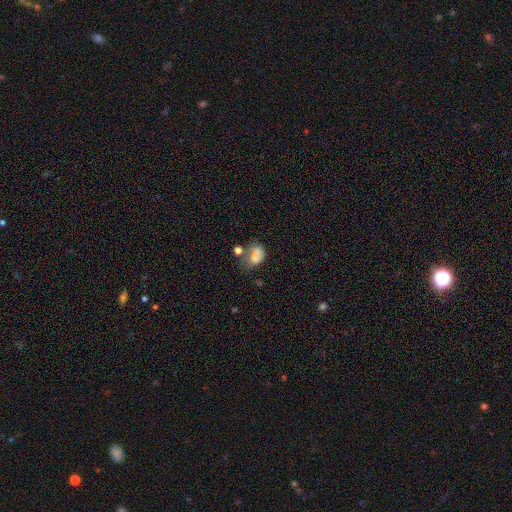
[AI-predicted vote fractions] Smooth or featured?
  - smooth: 67% *
  - featured or disk: 21%
  - star or artifact: 12%
How rounded?
  - in between: 70% *
  - round: 29%
  - cigar-shaped: 1%
Merging?
  - none: 28% *
  - minor disturbance: 24%
  - major disturbance: 24%
  - merger: 24%